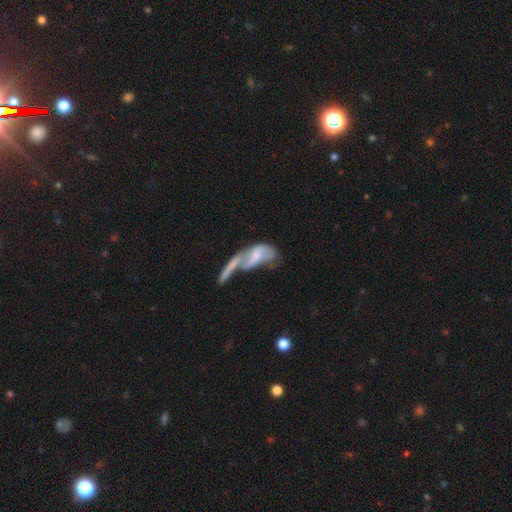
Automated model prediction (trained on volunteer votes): Q: Smooth or featured?
A: featured or disk (51%); runner-up: smooth (41%)
Q: Edge-on disk?
A: no (89%); runner-up: yes (11%)
Q: Merging?
A: merger (50%); runner-up: major disturbance (28%)